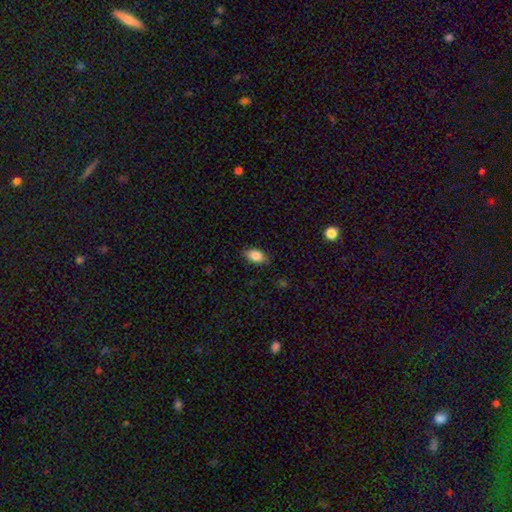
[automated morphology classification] Q: Smooth or featured?
A: smooth (84%); runner-up: featured or disk (8%)
Q: How rounded?
A: in between (89%); runner-up: round (8%)
Q: Merging?
A: none (84%); runner-up: minor disturbance (13%)